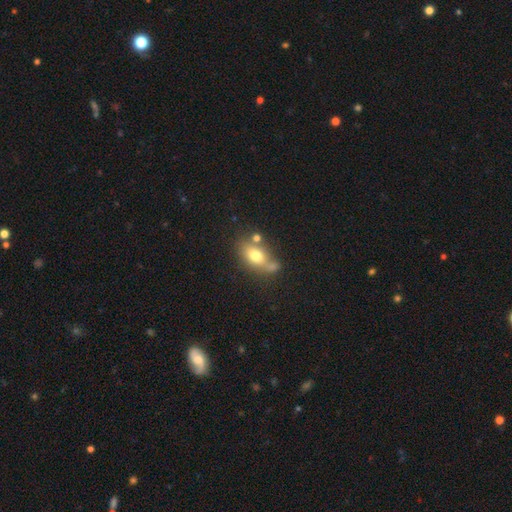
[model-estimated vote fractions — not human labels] smooth 71%, featured or disk 20%, star or artifact 10%. Down the decision tree: how rounded — in between (78%); merging — none (48%).